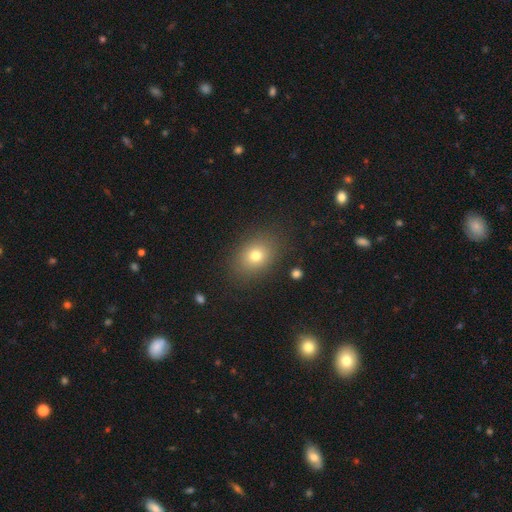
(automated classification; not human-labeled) Smooth or featured? smooth (76%)
How rounded? in between (62%)
Merging? none (85%)